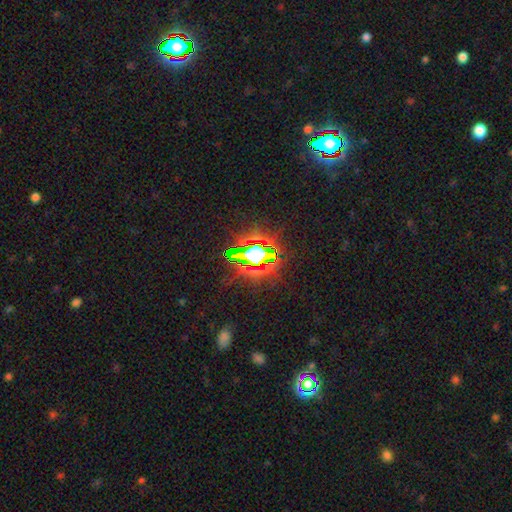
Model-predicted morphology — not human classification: Smooth or featured? Predicted: star or artifact (p=0.70).